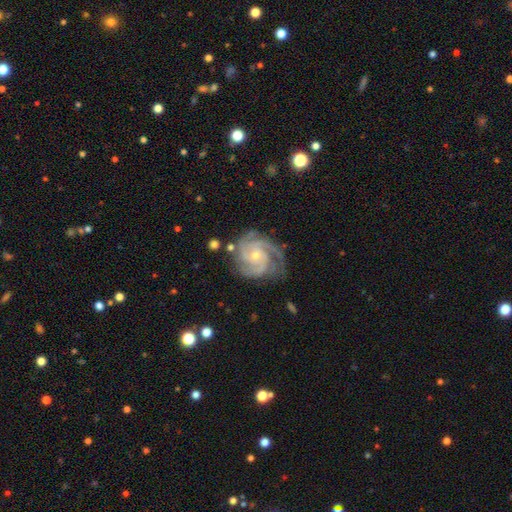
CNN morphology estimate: This is clearly a featured or disk galaxy (91%). It is clearly not viewed edge-on (98%). Bar: likely no (70%). Spiral arm pattern: clearly yes (98%). Spiral arm count: possibly 3 (52%). Spiral winding: likely tight (65%). Central bulge: likely small (71%). Merging: likely none (73%).